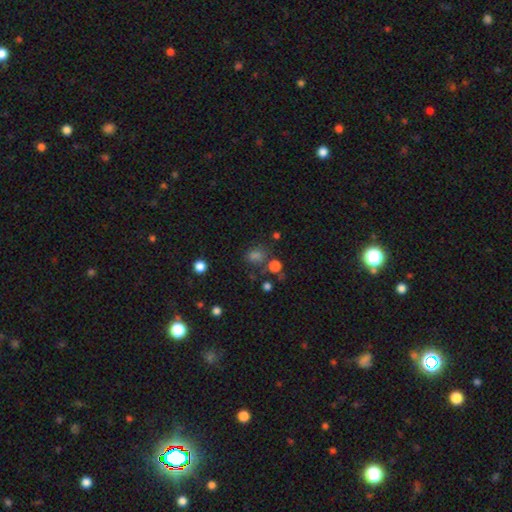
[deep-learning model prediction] Overall: smooth (64%; star or artifact 29%). How rounded: round (54%; in between 45%). Merging: none (64%).